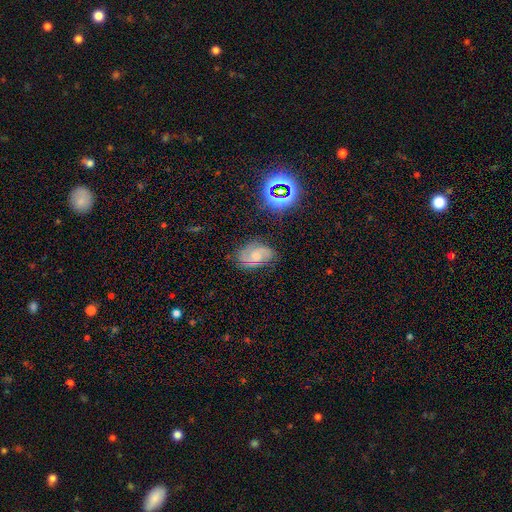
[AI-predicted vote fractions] This is likely a featured or disk galaxy (71%). It is clearly not viewed edge-on (97%). Bar: likely no (61%). Spiral arm pattern: clearly yes (95%). Spiral arm count: possibly 2 (57%). Spiral winding: marginally tight (44%, tied with medium). Central bulge: possibly small (46%). Merging: likely none (73%).